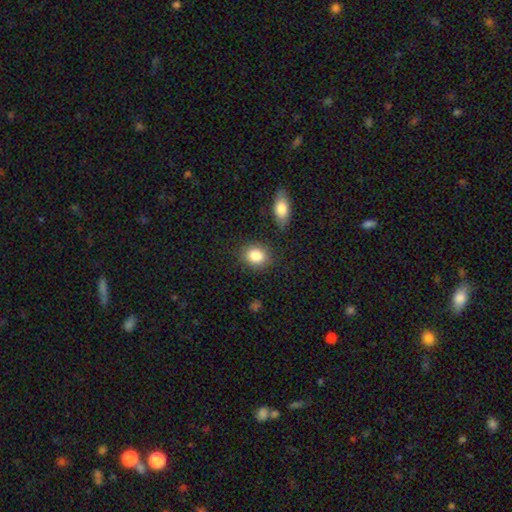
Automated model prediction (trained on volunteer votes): smooth-or-featured: smooth: 85% | star or artifact: 8% | featured or disk: 7%
  how-rounded: round: 50% | in between: 49% | cigar-shaped: 1%
  merging: none: 81% | minor disturbance: 11% | merger: 4% | major disturbance: 3%